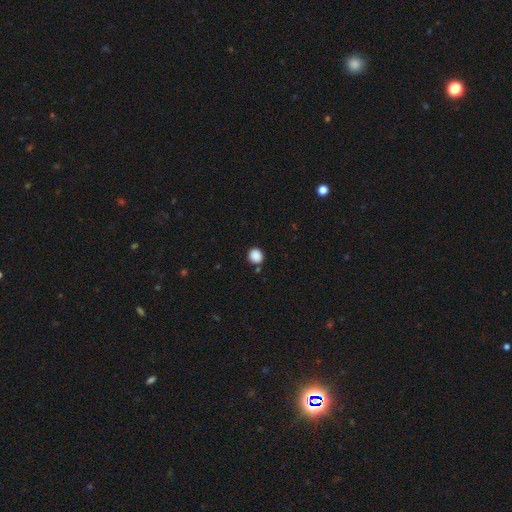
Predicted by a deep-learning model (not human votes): This appears to be a smooth galaxy with no disk features (88%) that is round (86%). Merging: none (85%).